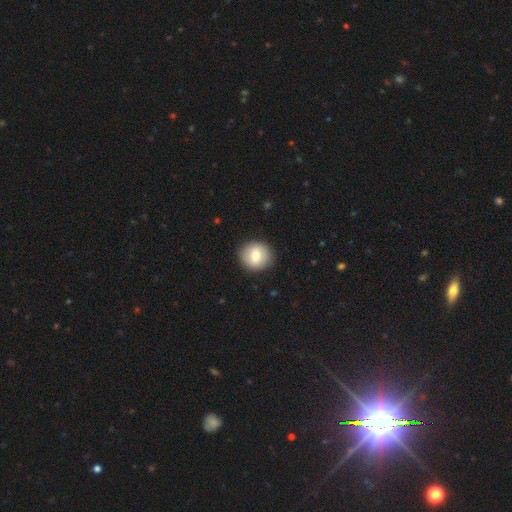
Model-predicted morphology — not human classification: Smooth or featured? smooth (76%)
How rounded? round (85%)
Merging? none (89%)